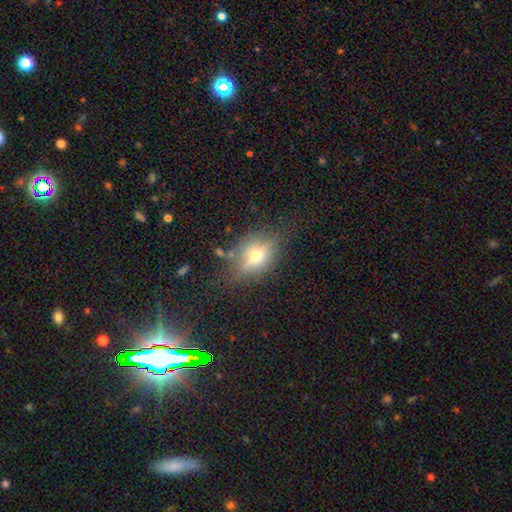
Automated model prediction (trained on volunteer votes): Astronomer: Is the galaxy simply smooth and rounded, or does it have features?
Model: featured or disk — 52% (runner-up: smooth, 33%).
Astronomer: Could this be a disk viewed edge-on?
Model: yes — 79%.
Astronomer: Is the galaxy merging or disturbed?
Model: none — 76%.